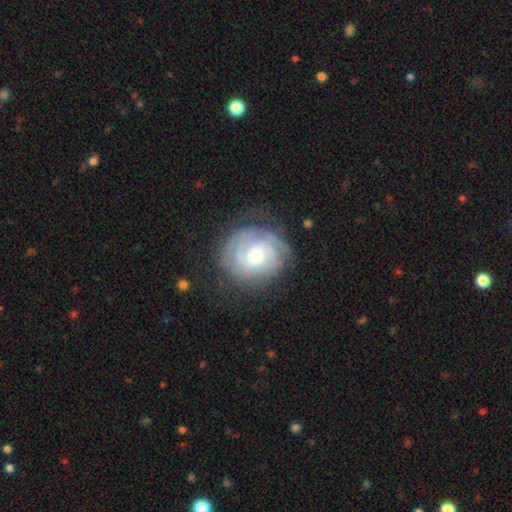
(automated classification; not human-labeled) A featured or disk galaxy (72%) with no bar (67%), tight (69%) spiral arms (88%) and a moderate central bulge (64%).

Vote fractions:
- Smooth or featured? featured or disk: 72% / smooth: 22% / star or artifact: 6%
- Edge-on disk? no: 97% / yes: 3%
- Bar? no: 67% / weak: 28% / strong: 5%
- Spiral arms? yes: 88% / no: 12%
- Spiral winding? tight: 69% / medium: 24% / loose: 7%
- Spiral arm count? can't tell: 39% / 2: 33% / 3: 14% / 1: 7% / 4: 4% / more than 4: 4%
- Bulge size? moderate: 64% / small: 23% / large: 10% / none: 2% / dominant: 1%
- Merging? none: 72% / minor disturbance: 19% / major disturbance: 8% / merger: 1%